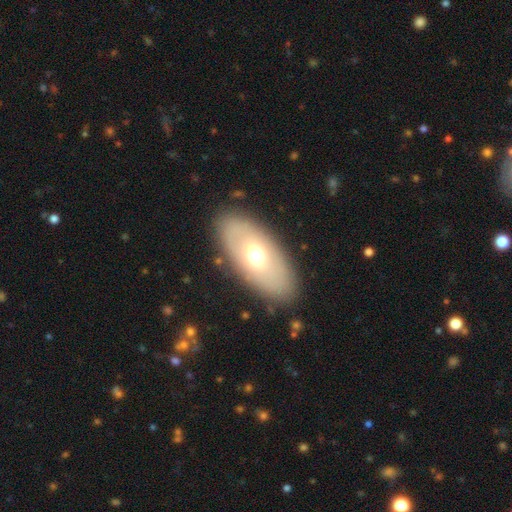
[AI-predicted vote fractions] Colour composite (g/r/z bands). It shows a smooth galaxy with no disk features (55%) that is in between round and cigar-shaped (90%). Merging: none (86%).